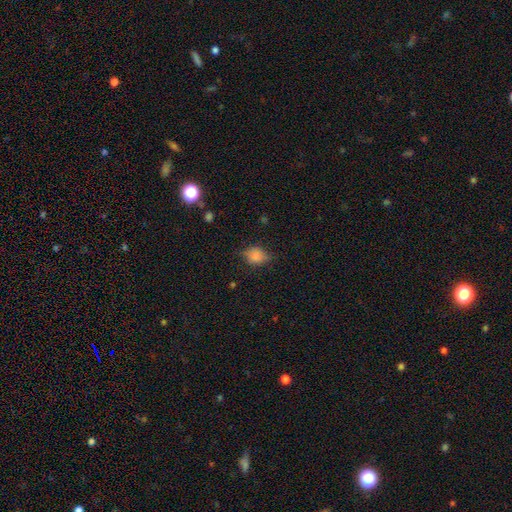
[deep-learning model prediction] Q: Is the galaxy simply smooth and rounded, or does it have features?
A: smooth — 78%.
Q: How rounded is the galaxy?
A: in between — 52%.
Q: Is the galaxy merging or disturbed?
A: none — 65%.